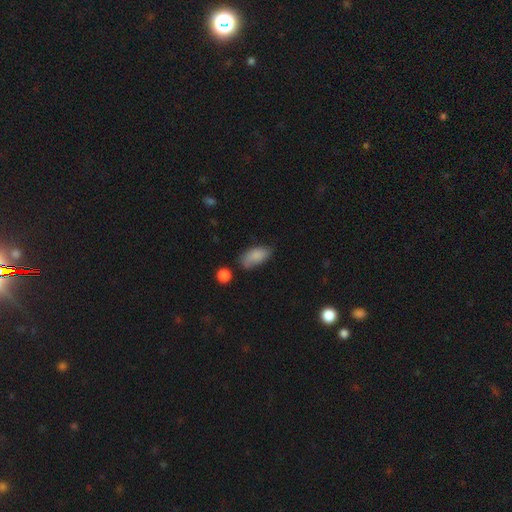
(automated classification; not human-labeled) smooth_or_featured: smooth (p=0.82) [alt: featured or disk p=0.10]
how_rounded: in between (p=0.91) [alt: cigar-shaped p=0.05]
merging: none (p=0.58) [alt: minor disturbance p=0.30]